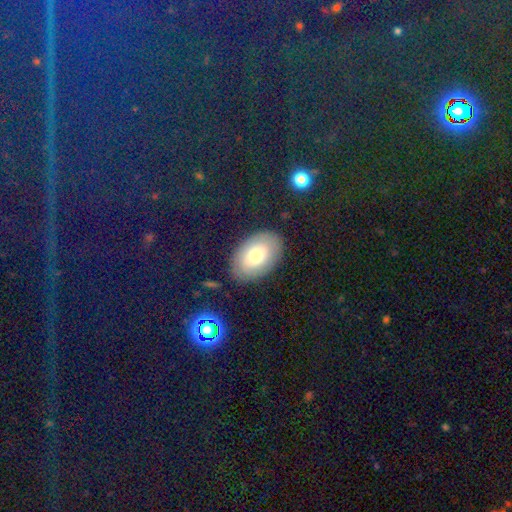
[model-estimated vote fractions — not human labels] smooth-or-featured: smooth: 69% | featured or disk: 22% | star or artifact: 9%
  how-rounded: in between: 89% | round: 10% | cigar-shaped: 1%
  merging: none: 83% | minor disturbance: 11% | major disturbance: 4% | merger: 2%